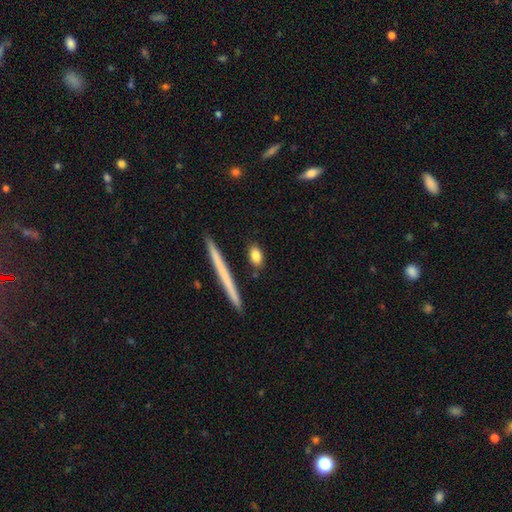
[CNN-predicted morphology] Smooth or featured? Predicted: smooth (p=0.81). How rounded? Predicted: in between (p=0.64). Merging? Predicted: none (p=0.84).